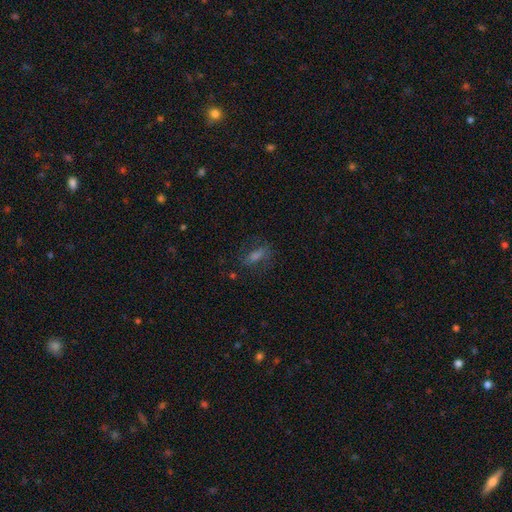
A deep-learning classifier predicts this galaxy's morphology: Overall: smooth (46%; featured or disk 27%). Merging: none (74%).